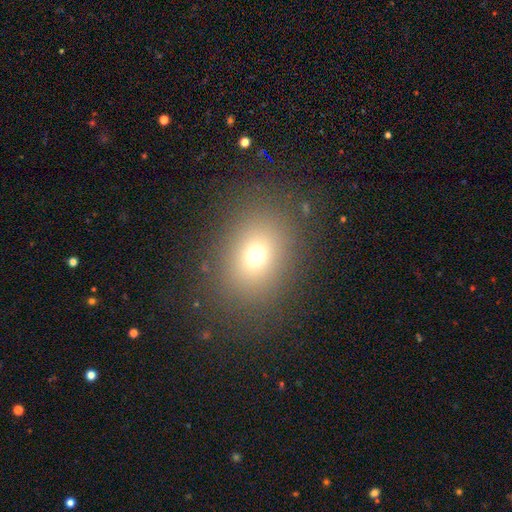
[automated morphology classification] Smooth or featured: smooth — 69% (star or artifact — 20%)
How rounded: round — 54% (in between — 45%)
Merging: none — 84% (minor disturbance — 8%)